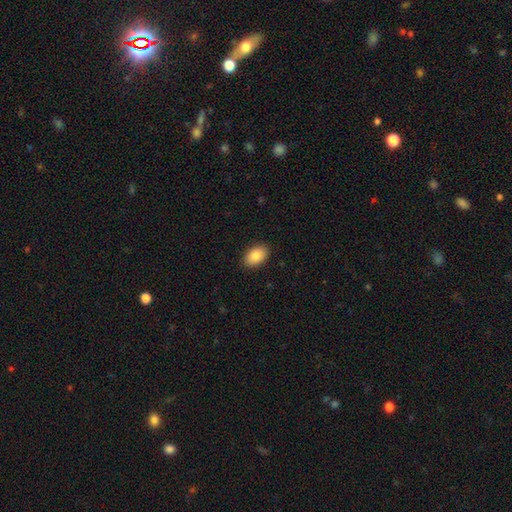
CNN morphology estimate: This is clearly a smooth galaxy (88%). How rounded: clearly in between (91%). Merging: clearly none (89%).